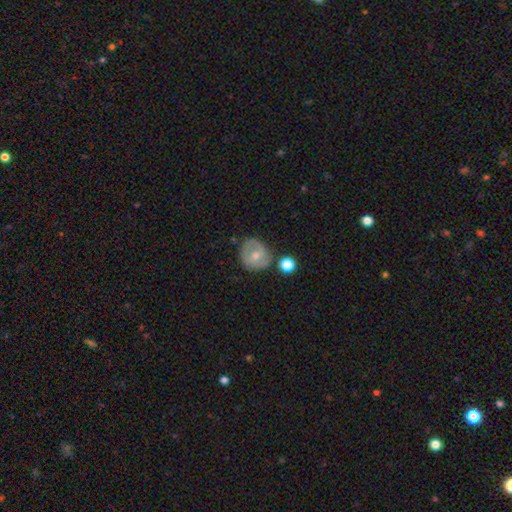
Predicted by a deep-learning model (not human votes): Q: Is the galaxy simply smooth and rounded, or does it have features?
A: smooth — 48%.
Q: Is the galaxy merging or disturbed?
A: none — 66%.